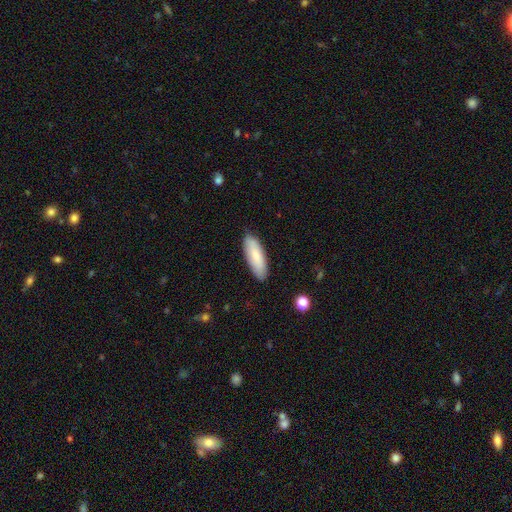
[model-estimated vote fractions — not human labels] The model was most divided on "how rounded": in between: 63%, cigar-shaped: 35%, round: 2%. More confident: merging — none (85%); smooth or featured — smooth (80%).